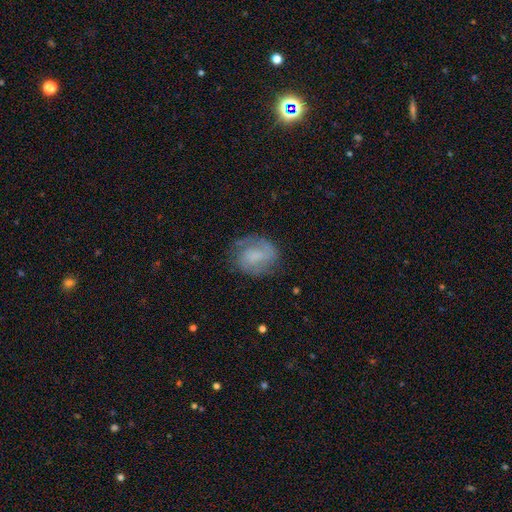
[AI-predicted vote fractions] A featured or disk galaxy (53%) with no bar (49%), spiral arms (81%) and no central bulge (41%).

Vote fractions:
- Smooth or featured? featured or disk: 53% / smooth: 38% / star or artifact: 9%
- Edge-on disk? no: 97% / yes: 3%
- Bar? no: 49% / weak: 40% / strong: 11%
- Spiral arms? yes: 81% / no: 19%
- Bulge size? none: 41% / small: 23% / moderate: 22% / large: 12% / dominant: 2%
- Merging? none: 66% / minor disturbance: 21% / major disturbance: 11% / merger: 2%